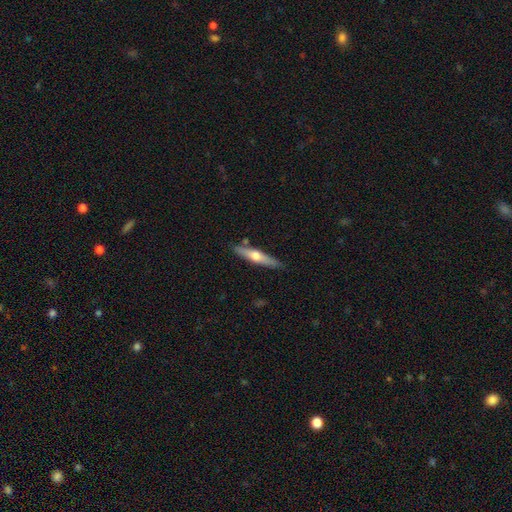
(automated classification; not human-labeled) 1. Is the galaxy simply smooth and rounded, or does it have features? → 49% featured or disk, 46% smooth, 5% star or artifact.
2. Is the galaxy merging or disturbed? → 82% none, 12% minor disturbance, 3% merger, 2% major disturbance.